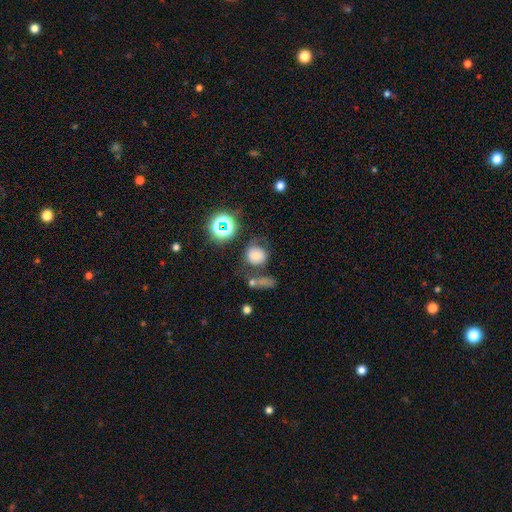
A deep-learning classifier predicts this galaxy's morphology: Smooth or featured?
  - smooth: 67% *
  - star or artifact: 18%
  - featured or disk: 15%
How rounded?
  - round: 84% *
  - in between: 15%
  - cigar-shaped: 1%
Merging?
  - none: 63% *
  - minor disturbance: 16%
  - merger: 12%
  - major disturbance: 9%